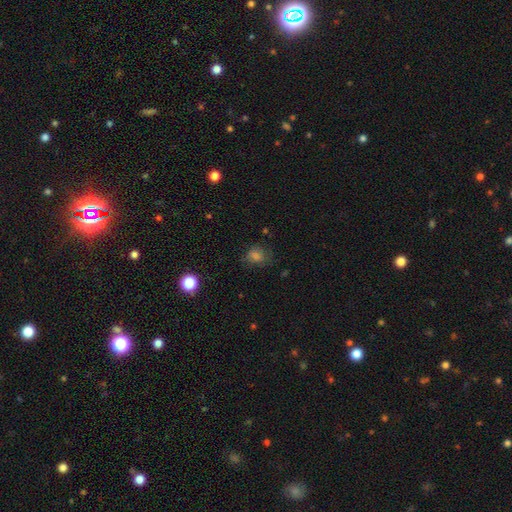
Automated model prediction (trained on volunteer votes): This is likely a smooth galaxy (68%). How rounded: possibly round (58%). Merging: likely none (68%).